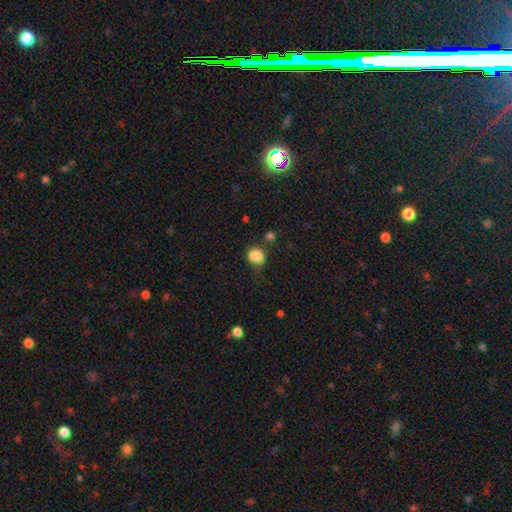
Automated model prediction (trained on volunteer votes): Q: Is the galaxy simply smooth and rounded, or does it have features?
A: smooth — 76%.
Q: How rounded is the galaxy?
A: round — 60%.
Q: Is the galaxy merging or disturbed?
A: merger — 40%.